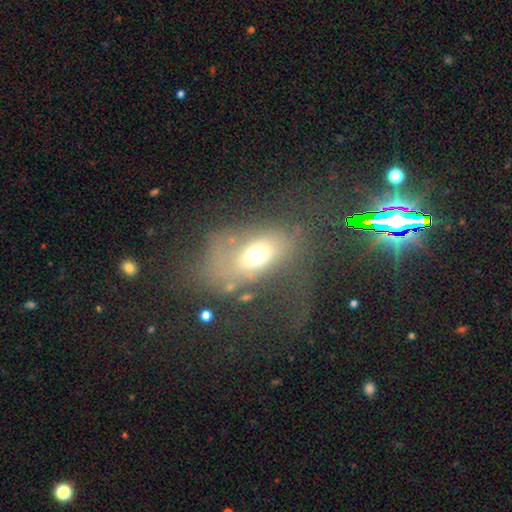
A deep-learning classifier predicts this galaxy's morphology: smooth-or-featured: smooth: 55% | featured or disk: 31% | star or artifact: 14%
  how-rounded: in between: 77% | round: 20% | cigar-shaped: 3%
  merging: major disturbance: 43% | none: 35% | minor disturbance: 18% | merger: 4%